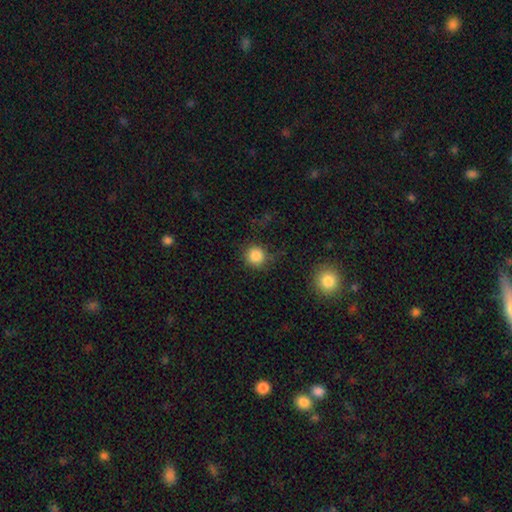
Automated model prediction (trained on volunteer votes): A smooth galaxy with no disk features (85%) that is round (93%).

Vote fractions:
- Smooth or featured? smooth: 85% / star or artifact: 11% / featured or disk: 4%
- How rounded? round: 93% / in between: 6% / cigar-shaped: 1%
- Merging? none: 80% / minor disturbance: 13% / major disturbance: 5% / merger: 3%